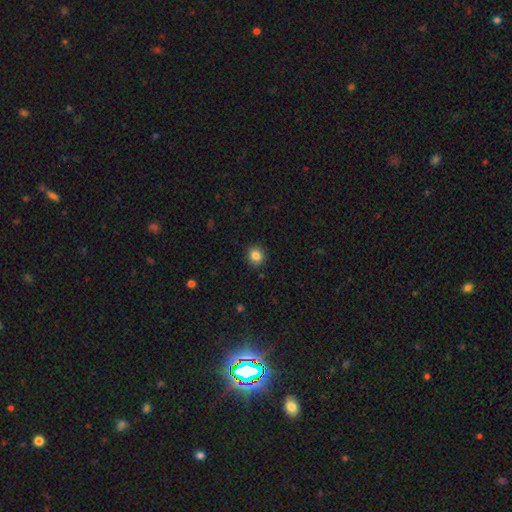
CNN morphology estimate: Smooth or featured: smooth — 85% (star or artifact — 11%)
How rounded: round — 87% (in between — 12%)
Merging: none — 91% (minor disturbance — 6%)